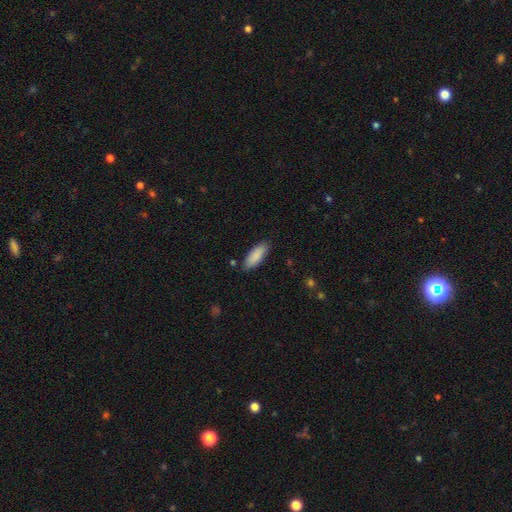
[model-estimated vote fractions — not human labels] A smooth galaxy with no disk features (89%) that is in between round and cigar-shaped (70%). Merging: none (84%).